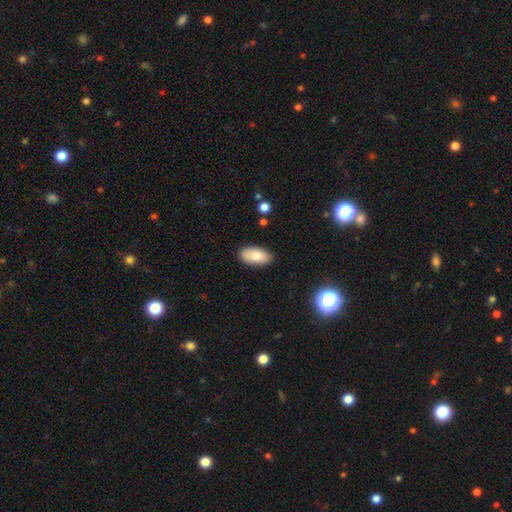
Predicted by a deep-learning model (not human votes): Smooth or featured? Predicted: smooth (p=0.80). How rounded? Predicted: in between (p=0.93). Merging? Predicted: none (p=0.84).